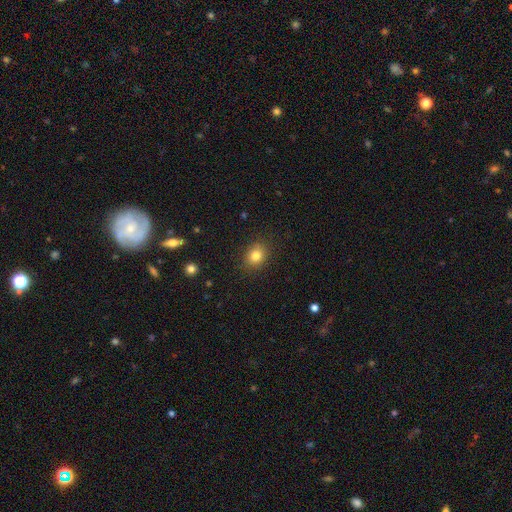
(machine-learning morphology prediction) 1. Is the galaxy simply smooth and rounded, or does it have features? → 82% smooth, 11% star or artifact, 7% featured or disk.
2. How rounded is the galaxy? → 59% round, 40% in between, 1% cigar-shaped.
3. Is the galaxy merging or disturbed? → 87% none, 10% minor disturbance, 3% major disturbance, 1% merger.